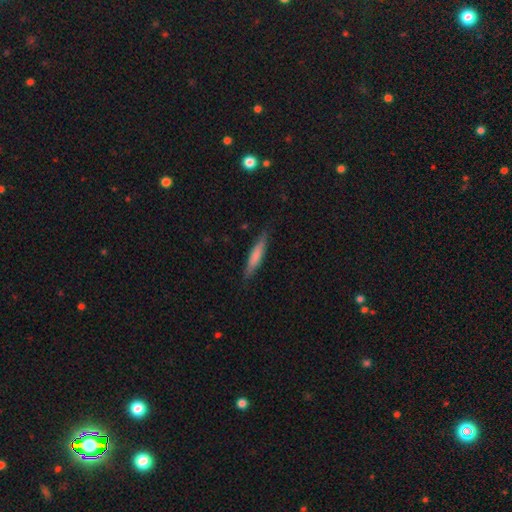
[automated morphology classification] smooth_or_featured: smooth (p=0.72) [alt: featured or disk p=0.23]
how_rounded: cigar-shaped (p=0.89) [alt: in between p=0.10]
merging: none (p=0.85) [alt: minor disturbance p=0.12]